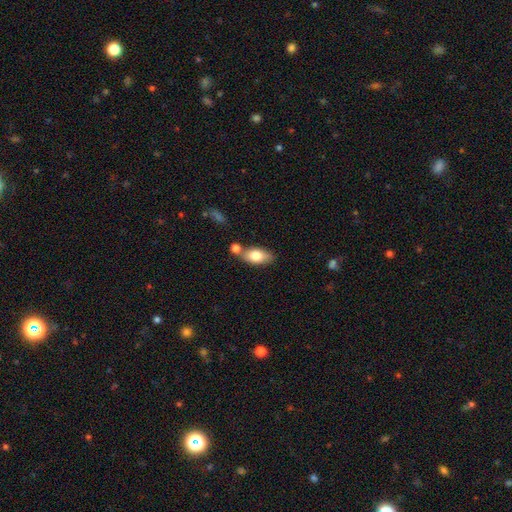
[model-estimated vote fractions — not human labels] Smooth or featured? Predicted: smooth (p=0.79). How rounded? Predicted: in between (p=0.89). Merging? Predicted: none (p=0.57).